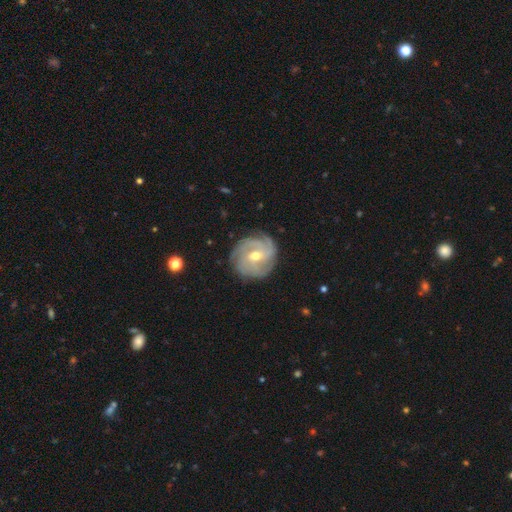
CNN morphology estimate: Smooth or featured: featured or disk — 86% (smooth — 9%)
Edge-on disk: no — 97% (yes — 3%)
Bar: weak — 50% (no — 34%)
Spiral arms: yes — 96% (no — 4%)
Spiral winding: tight — 64% (medium — 29%)
Spiral arm count: 3 — 32% (can't tell — 23%)
Bulge size: moderate — 58% (small — 39%)
Merging: none — 81% (minor disturbance — 14%)